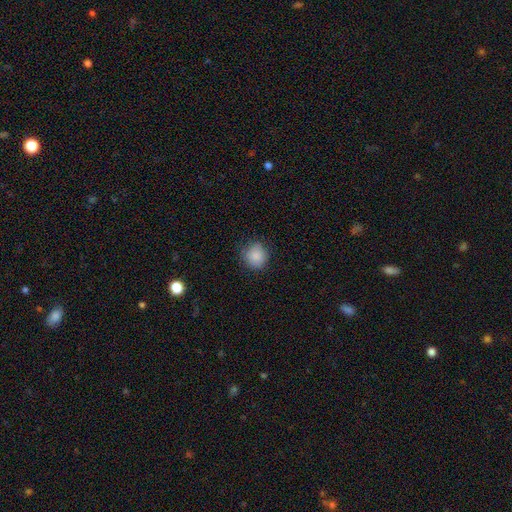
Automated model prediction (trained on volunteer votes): Morphology: type=smooth (87%); roundness=round (86%); merging=none (83%).